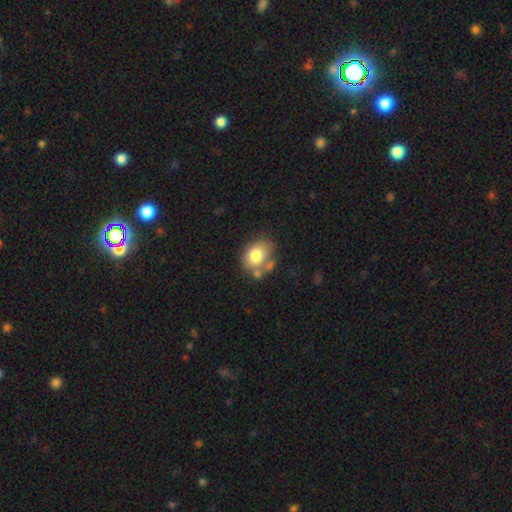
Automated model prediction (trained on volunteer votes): Smooth or featured?
  - smooth: 75% *
  - featured or disk: 16%
  - star or artifact: 9%
How rounded?
  - in between: 61% *
  - round: 38%
  - cigar-shaped: 1%
Merging?
  - none: 51% *
  - minor disturbance: 22%
  - merger: 18%
  - major disturbance: 9%